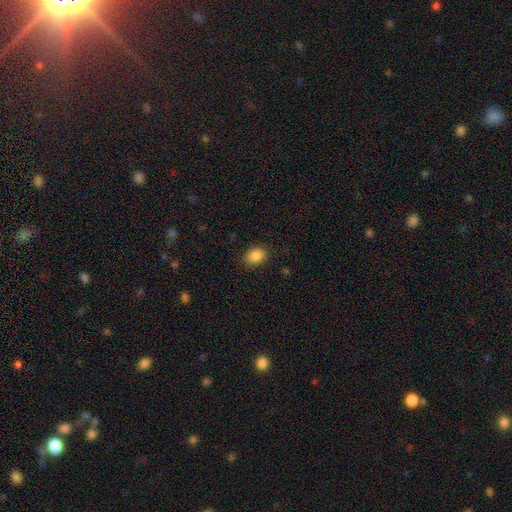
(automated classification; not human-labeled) This appears to be a smooth galaxy with no disk features (87%) that is in between round and cigar-shaped (66%). Merging: none (85%).